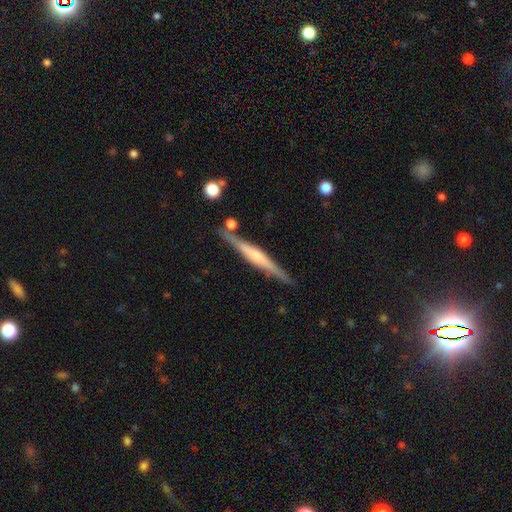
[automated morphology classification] A featured or disk galaxy (68%) viewed edge-on (97%) with a rounded central bulge (57%).

Vote fractions:
- Smooth or featured? featured or disk: 68% / smooth: 27% / star or artifact: 6%
- Edge-on disk? yes: 97% / no: 3%
- Edge-on bulge? rounded: 57% / boxy: 24% / none: 19%
- Merging? none: 83% / minor disturbance: 10% / merger: 4% / major disturbance: 2%